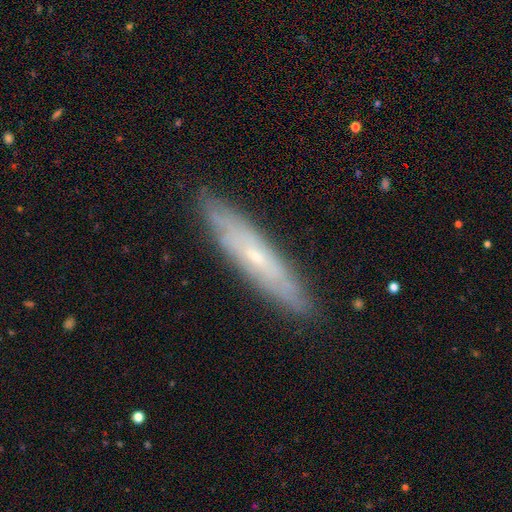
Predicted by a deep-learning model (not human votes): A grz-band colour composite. It shows a featured or disk galaxy (63%) viewed edge-on (60%). Merging: none (87%).